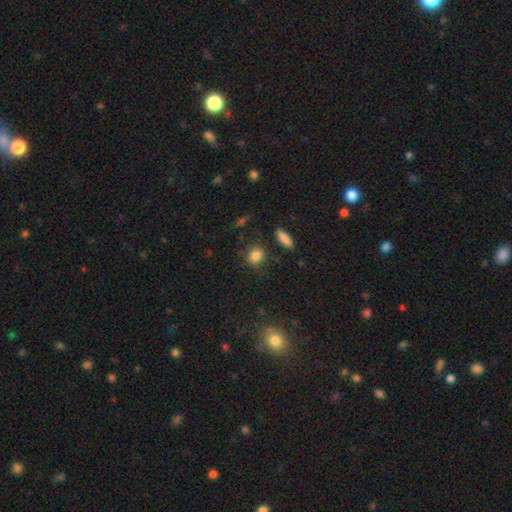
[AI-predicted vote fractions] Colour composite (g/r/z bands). It shows a smooth galaxy with no disk features (84%) that is round (67%). Merging: none (79%).